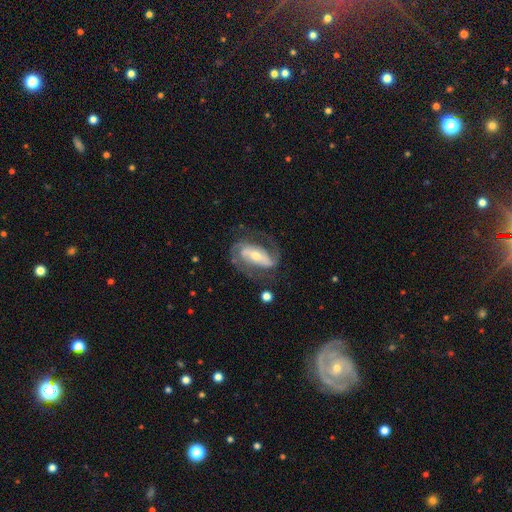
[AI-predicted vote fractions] A featured or disk galaxy (86%) with a strong bar (51%), 2 (85%) medium (50%) spiral arms (94%) and a moderate central bulge (52%).

Vote fractions:
- Smooth or featured? featured or disk: 86% / smooth: 10% / star or artifact: 5%
- Edge-on disk? no: 95% / yes: 5%
- Bar? strong: 51% / weak: 29% / no: 19%
- Spiral arms? yes: 94% / no: 6%
- Spiral winding? medium: 50% / tight: 28% / loose: 22%
- Spiral arm count? 2: 85% / can't tell: 6% / 1: 4% / 3: 3% / 4: 1% / more than 4: 1%
- Bulge size? moderate: 52% / small: 40% / large: 6% / none: 2% / dominant: 1%
- Merging? none: 68% / minor disturbance: 16% / major disturbance: 13% / merger: 2%